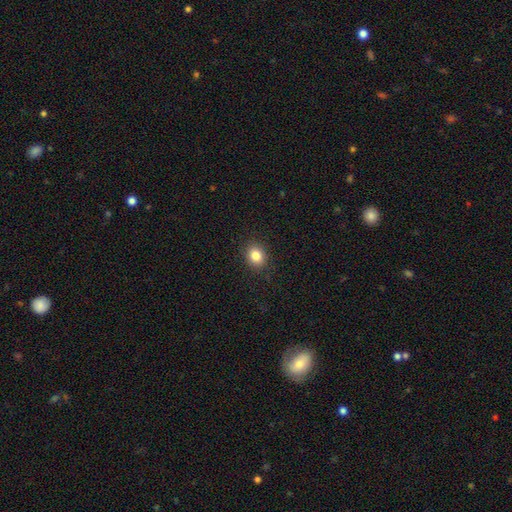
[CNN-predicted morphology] Smooth or featured? smooth (83%)
How rounded? round (59%)
Merging? none (90%)